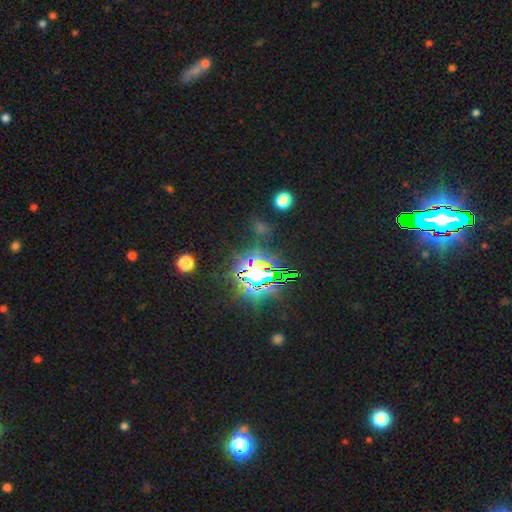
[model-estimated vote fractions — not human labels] Smooth or featured?
  - star or artifact: 85% *
  - smooth: 9%
  - featured or disk: 7%